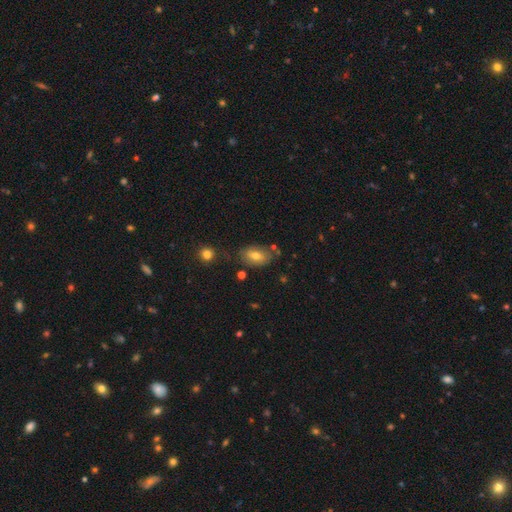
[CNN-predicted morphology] smooth-or-featured: smooth: 70% | featured or disk: 21% | star or artifact: 9%
  how-rounded: in between: 88% | round: 10% | cigar-shaped: 2%
  merging: none: 68% | minor disturbance: 20% | merger: 6% | major disturbance: 6%